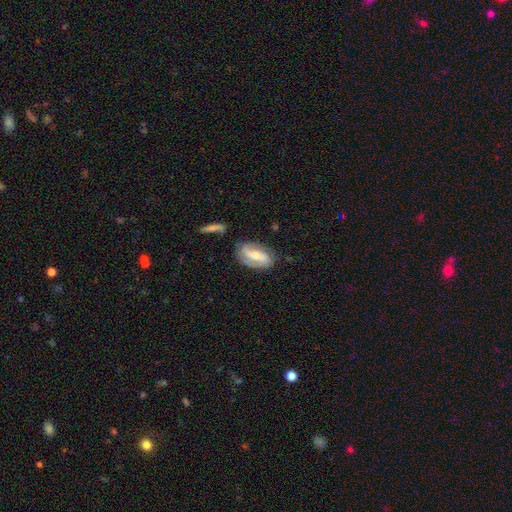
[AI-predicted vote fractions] Smooth or featured? Predicted: featured or disk (p=0.69). Edge-on disk? Predicted: no (p=0.92). Bar? Predicted: strong (p=0.44). Spiral arms? Predicted: yes (p=0.87). Spiral winding? Predicted: medium (p=0.39). Spiral arm count? Predicted: 2 (p=0.82). Bulge size? Predicted: moderate (p=0.50). Merging? Predicted: none (p=0.72).